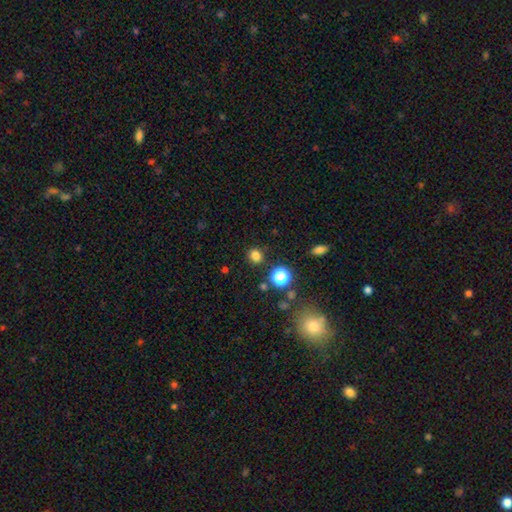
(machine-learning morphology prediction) Smooth or featured?
  - smooth: 79% *
  - star or artifact: 16%
  - featured or disk: 4%
How rounded?
  - round: 81% *
  - in between: 18%
  - cigar-shaped: 1%
Merging?
  - none: 88% *
  - minor disturbance: 7%
  - major disturbance: 3%
  - merger: 2%